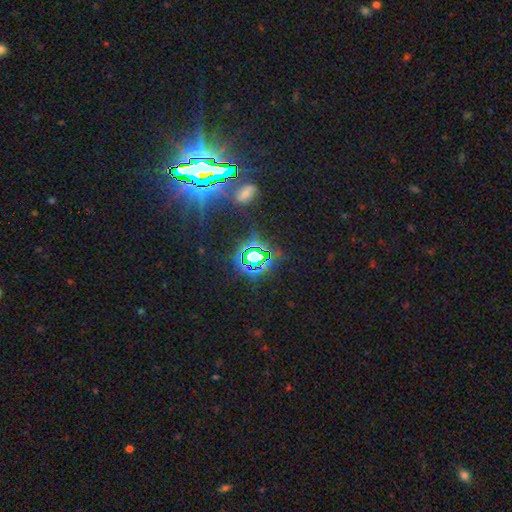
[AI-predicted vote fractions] This appears to be a star or artifact, not a galaxy (78%).